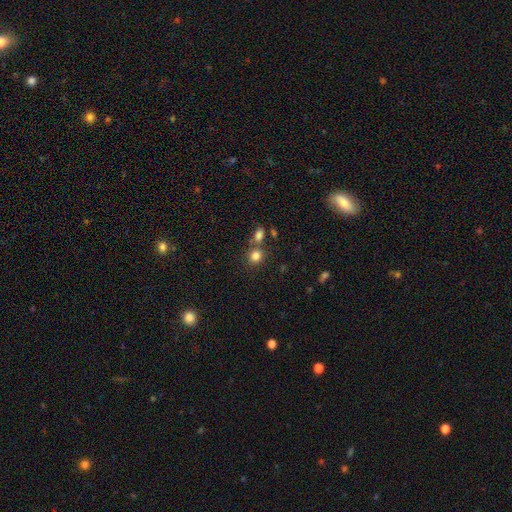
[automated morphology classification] A smooth galaxy with no disk features (82%) that is round (73%). Merging: none (63%).